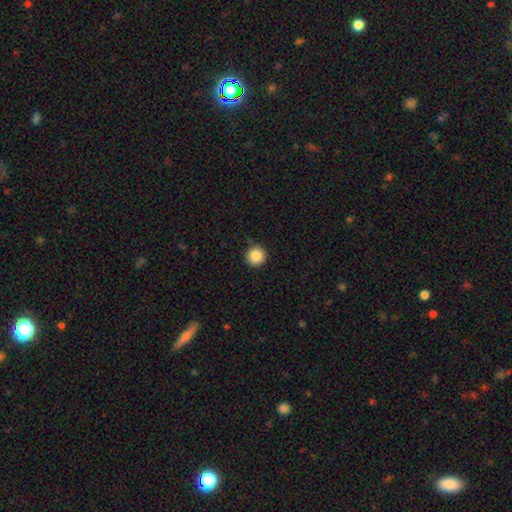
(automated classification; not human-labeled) A smooth galaxy with no disk features (86%) that is round (95%).

Vote fractions:
- Smooth or featured? smooth: 86% / star or artifact: 10% / featured or disk: 4%
- How rounded? round: 95% / in between: 4% / cigar-shaped: 1%
- Merging? none: 90% / minor disturbance: 7% / major disturbance: 2% / merger: 1%